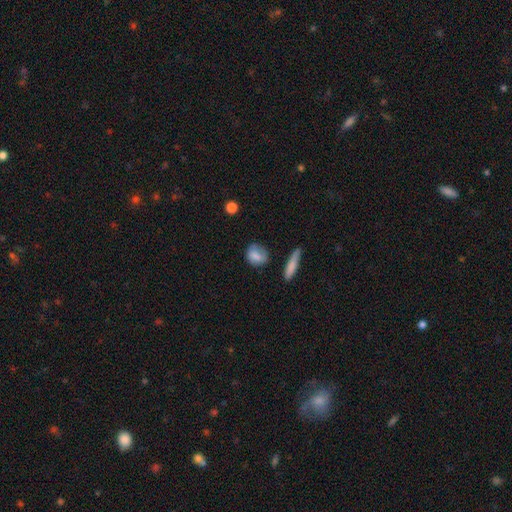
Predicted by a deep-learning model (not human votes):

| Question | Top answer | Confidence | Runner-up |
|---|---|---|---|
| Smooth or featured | smooth | 78% | featured or disk (13%) |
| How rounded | round | 61% | in between (34%) |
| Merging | none | 65% | minor disturbance (24%) |